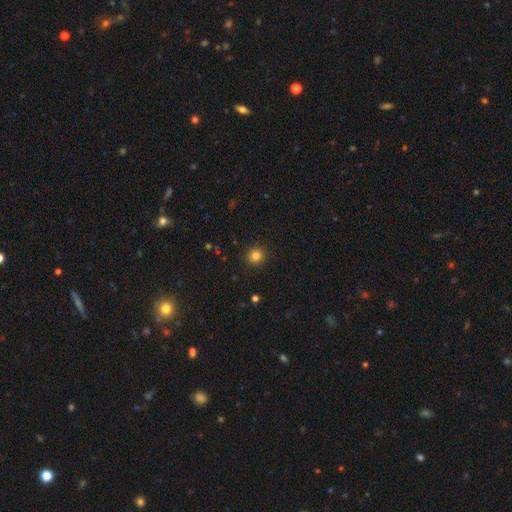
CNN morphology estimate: The model was most divided on "smooth or featured": smooth: 83%, star or artifact: 13%, featured or disk: 5%. More confident: how rounded — round (92%); merging — none (91%).